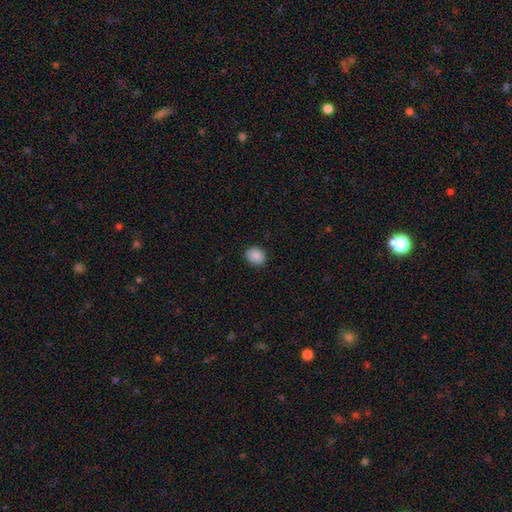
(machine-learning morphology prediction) smooth 88%, star or artifact 8%, featured or disk 4%. Down the decision tree: how rounded — round (66%); merging — none (88%).